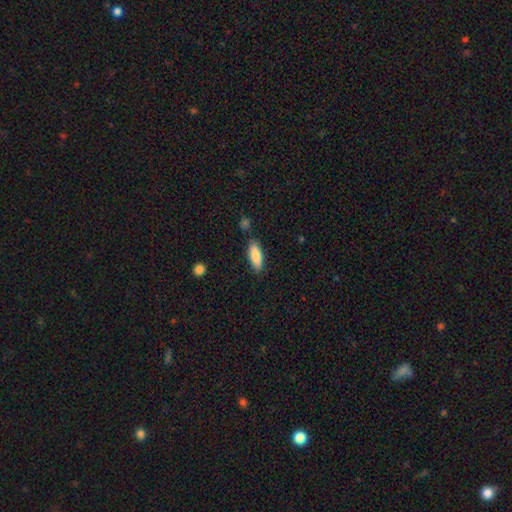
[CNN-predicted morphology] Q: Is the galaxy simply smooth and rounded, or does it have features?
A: smooth — 85%.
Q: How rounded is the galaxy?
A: in between — 69%.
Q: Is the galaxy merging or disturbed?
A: none — 81%.